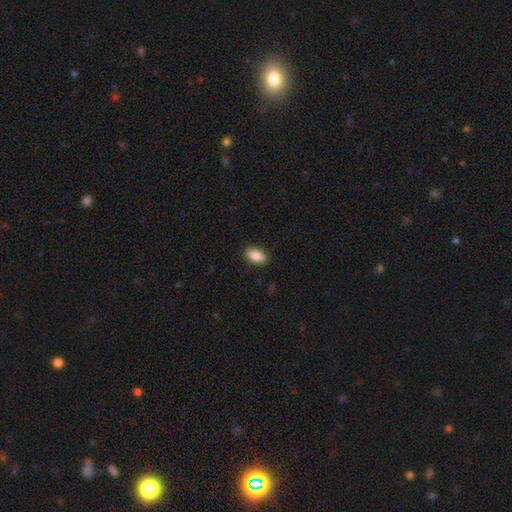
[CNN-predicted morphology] A smooth galaxy with no disk features (85%) that is in between round and cigar-shaped (90%).

Vote fractions:
- Smooth or featured? smooth: 85% / featured or disk: 8% / star or artifact: 7%
- How rounded? in between: 90% / round: 5% / cigar-shaped: 5%
- Merging? none: 88% / minor disturbance: 9% / major disturbance: 2% / merger: 1%